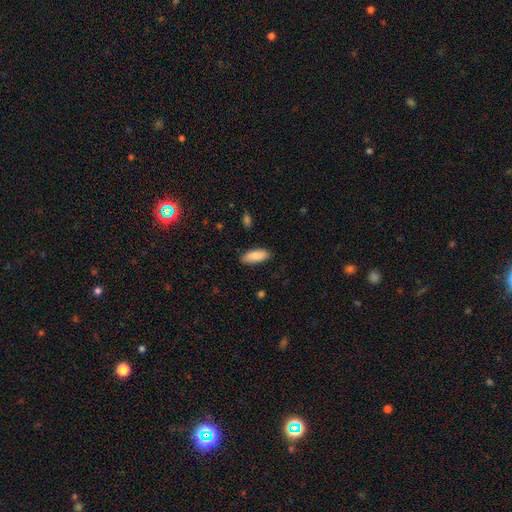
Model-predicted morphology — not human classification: type=smooth (86%); roundness=in between (81%); merging=none (85%).